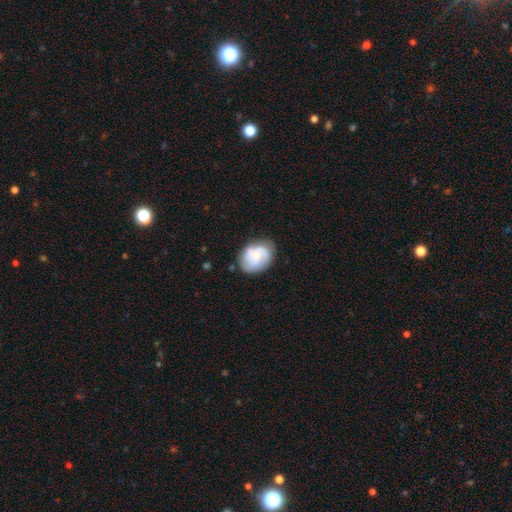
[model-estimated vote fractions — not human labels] A featured or disk galaxy (50%). Merging: none (61%).